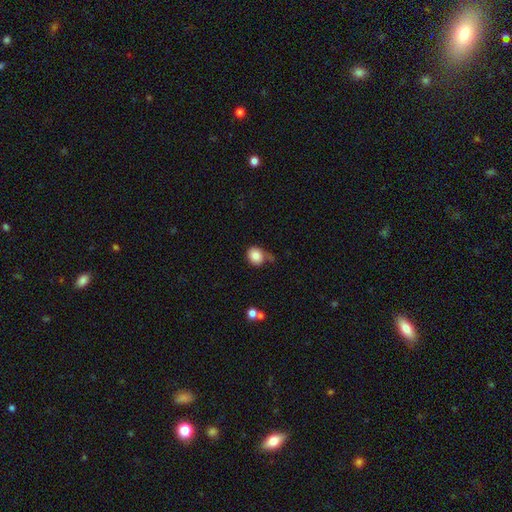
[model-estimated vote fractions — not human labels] A smooth galaxy with no disk features (83%) that is round (68%).

Vote fractions:
- Smooth or featured? smooth: 83% / featured or disk: 9% / star or artifact: 9%
- How rounded? round: 68% / in between: 31% / cigar-shaped: 1%
- Merging? none: 47% / minor disturbance: 31% / major disturbance: 14% / merger: 8%